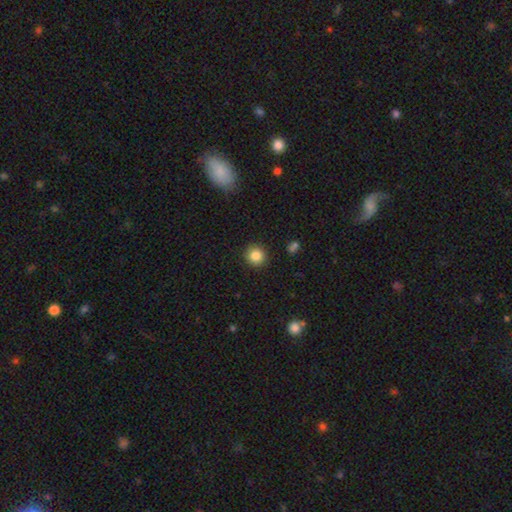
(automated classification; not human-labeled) Morphology: type=smooth (84%); roundness=round (93%); merging=none (91%).